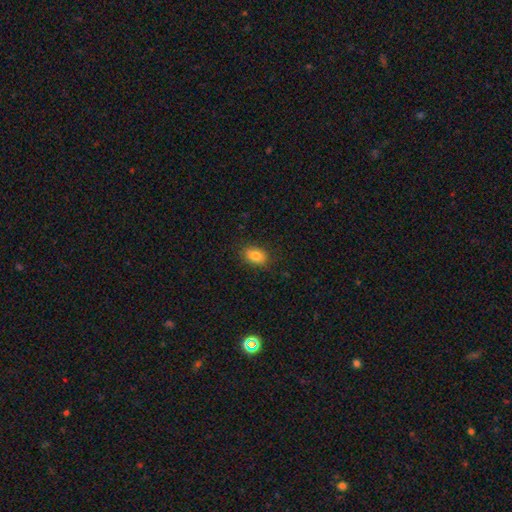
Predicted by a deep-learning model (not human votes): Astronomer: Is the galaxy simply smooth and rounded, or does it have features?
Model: smooth — 84%.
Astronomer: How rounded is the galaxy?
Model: in between — 81%.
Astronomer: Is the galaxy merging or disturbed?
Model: none — 85%.